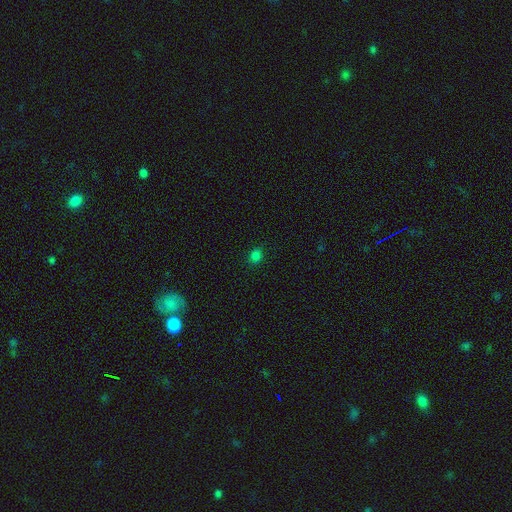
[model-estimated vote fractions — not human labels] Smooth or featured?
  - smooth: 80% *
  - star or artifact: 17%
  - featured or disk: 3%
How rounded?
  - round: 60% *
  - in between: 39%
  - cigar-shaped: 1%
Merging?
  - none: 89% *
  - minor disturbance: 8%
  - major disturbance: 2%
  - merger: 1%